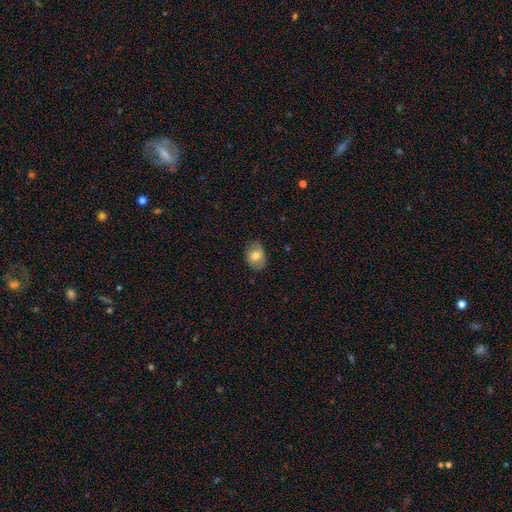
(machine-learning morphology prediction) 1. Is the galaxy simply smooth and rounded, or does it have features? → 72% smooth, 20% featured or disk, 8% star or artifact.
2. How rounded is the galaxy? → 68% in between, 31% round, 1% cigar-shaped.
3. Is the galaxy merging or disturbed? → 75% none, 20% minor disturbance, 4% major disturbance, 1% merger.